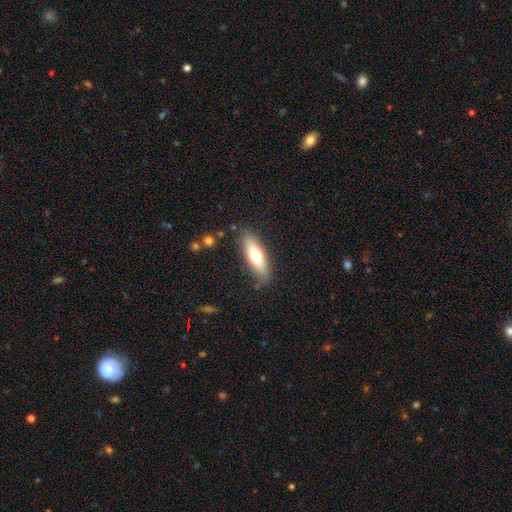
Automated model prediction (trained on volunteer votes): Morphology: type=smooth (67%); roundness=cigar-shaped (50%); merging=none (85%).